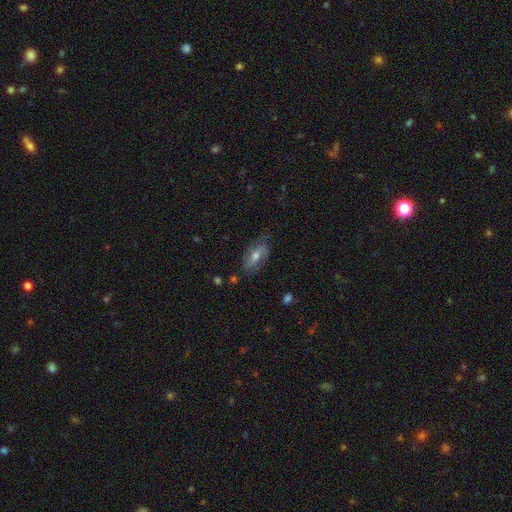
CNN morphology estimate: A featured or disk galaxy (57%). Merging: none (71%).